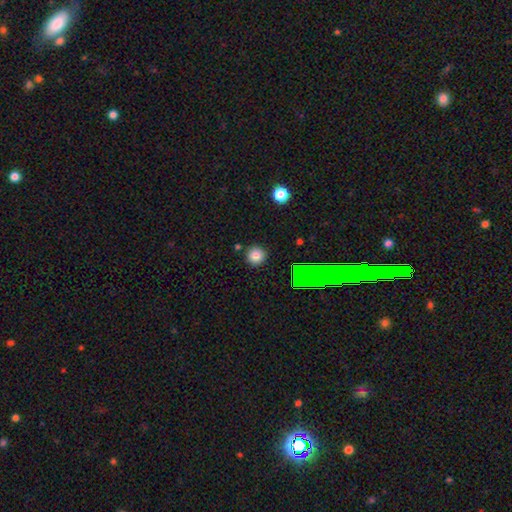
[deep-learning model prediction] This appears to be a smooth galaxy with no disk features (79%) that is round (94%). Merging: none (88%).